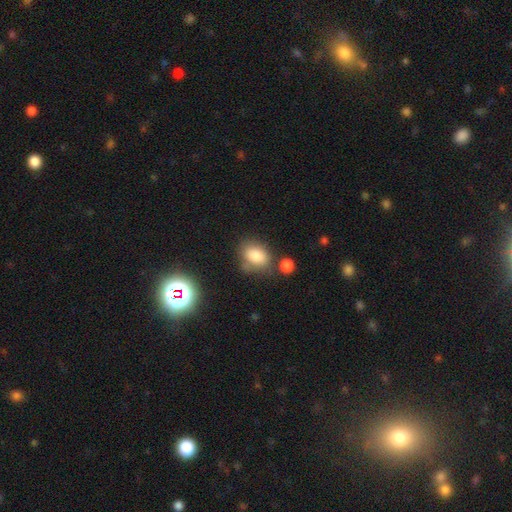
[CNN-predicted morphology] Smooth or featured: smooth — 83% (star or artifact — 9%)
How rounded: in between — 72% (round — 27%)
Merging: none — 60% (minor disturbance — 21%)